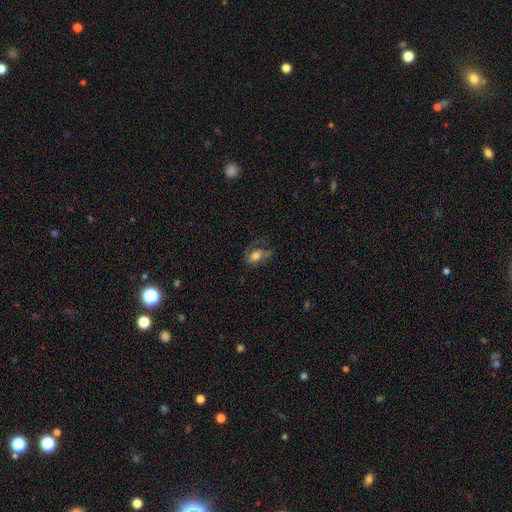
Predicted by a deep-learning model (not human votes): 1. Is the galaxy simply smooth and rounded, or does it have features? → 47% smooth, 44% featured or disk, 9% star or artifact.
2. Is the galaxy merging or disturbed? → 40% none, 34% major disturbance, 24% minor disturbance, 3% merger.